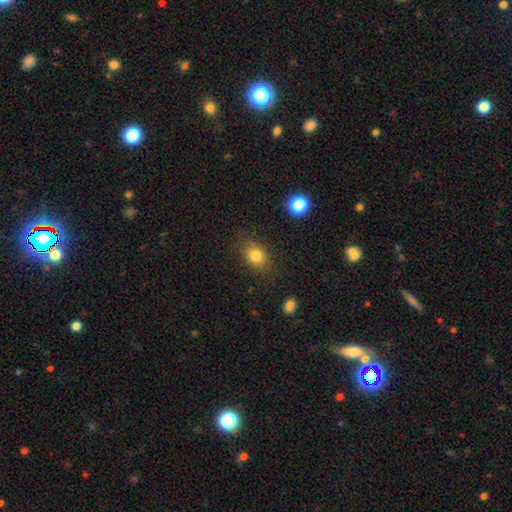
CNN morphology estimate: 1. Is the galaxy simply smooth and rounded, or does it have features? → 81% smooth, 11% star or artifact, 8% featured or disk.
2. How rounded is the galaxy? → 52% round, 47% in between, 1% cigar-shaped.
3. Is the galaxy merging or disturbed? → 82% none, 13% minor disturbance, 4% major disturbance, 2% merger.